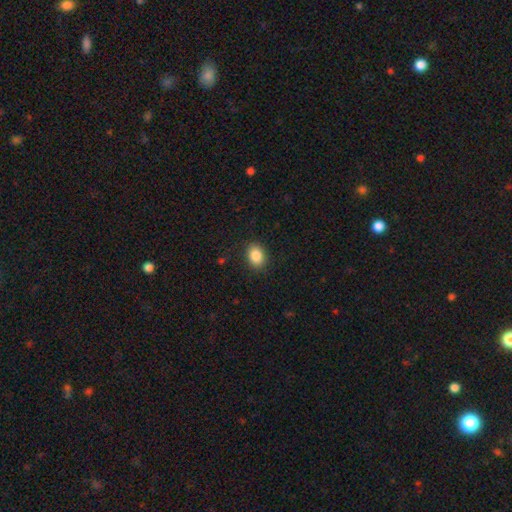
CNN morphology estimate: smooth 87%, star or artifact 9%, featured or disk 4%. Down the decision tree: how rounded — in between (70%); merging — none (88%).